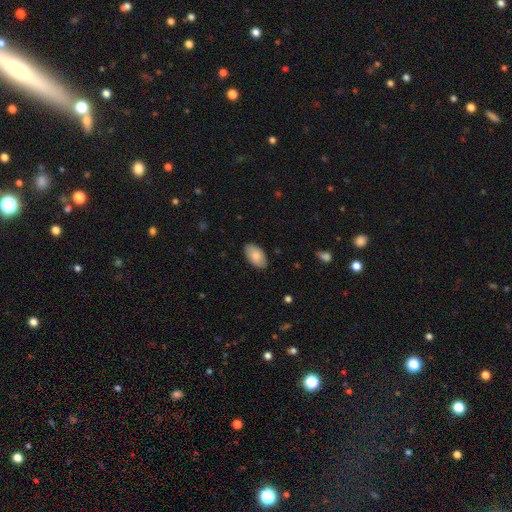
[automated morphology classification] Smooth or featured? smooth (83%)
How rounded? in between (95%)
Merging? none (87%)